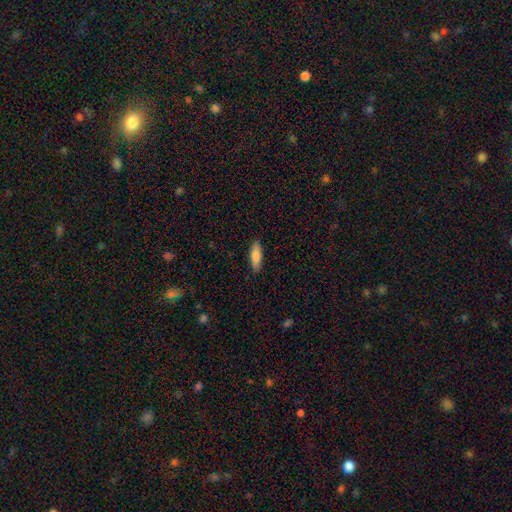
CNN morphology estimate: This appears to be a smooth galaxy with no disk features (82%) that is in between round and cigar-shaped (53%). Merging: none (88%).